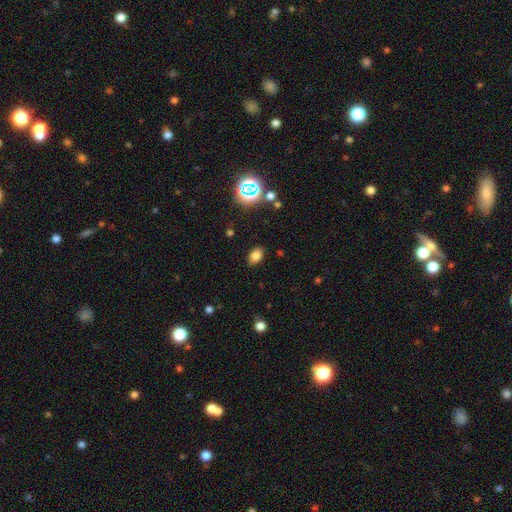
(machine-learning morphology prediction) Smooth or featured: smooth — 78% (star or artifact — 15%)
How rounded: in between — 82% (round — 17%)
Merging: none — 87% (minor disturbance — 9%)